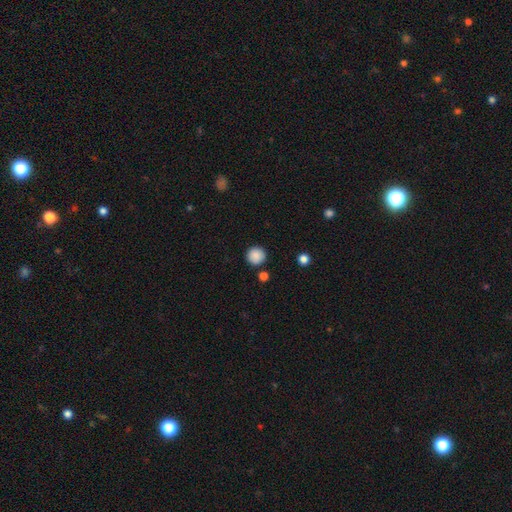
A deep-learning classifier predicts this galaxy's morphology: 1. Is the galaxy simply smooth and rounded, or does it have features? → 88% smooth, 9% star or artifact, 3% featured or disk.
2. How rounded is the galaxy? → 95% round, 4% in between, 1% cigar-shaped.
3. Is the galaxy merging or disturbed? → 88% none, 7% minor disturbance, 3% merger, 2% major disturbance.